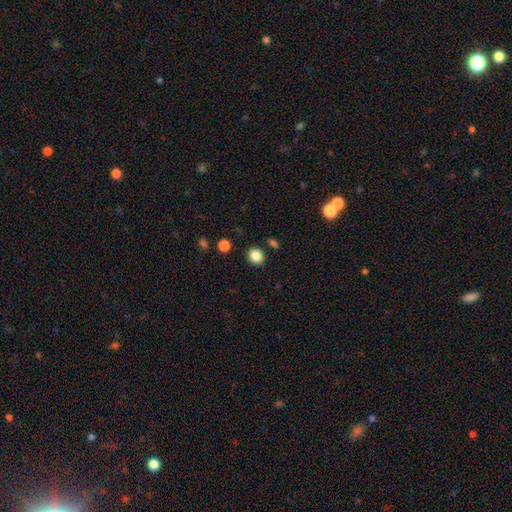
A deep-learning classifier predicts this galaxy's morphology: Overall: smooth (86%). How rounded: round (69%; in between 30%). Merging: none (87%).